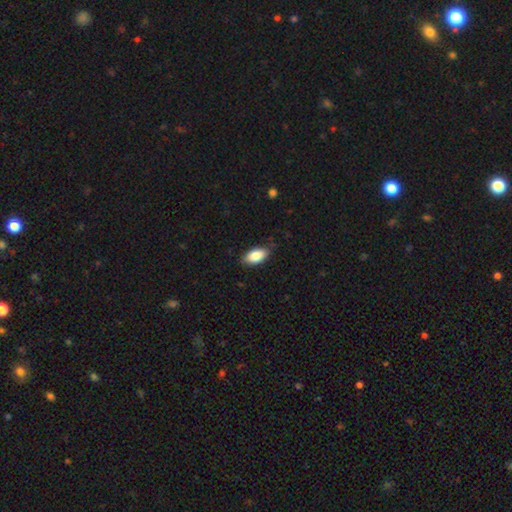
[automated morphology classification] Smooth or featured? Predicted: smooth (p=0.85). How rounded? Predicted: in between (p=0.92). Merging? Predicted: none (p=0.81).